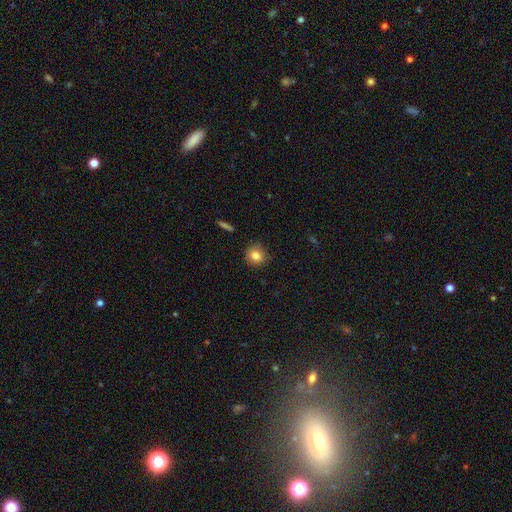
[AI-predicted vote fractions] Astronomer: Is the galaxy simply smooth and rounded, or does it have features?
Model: smooth — 83%.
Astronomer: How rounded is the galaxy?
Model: round — 90%.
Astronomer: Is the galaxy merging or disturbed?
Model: none — 86%.